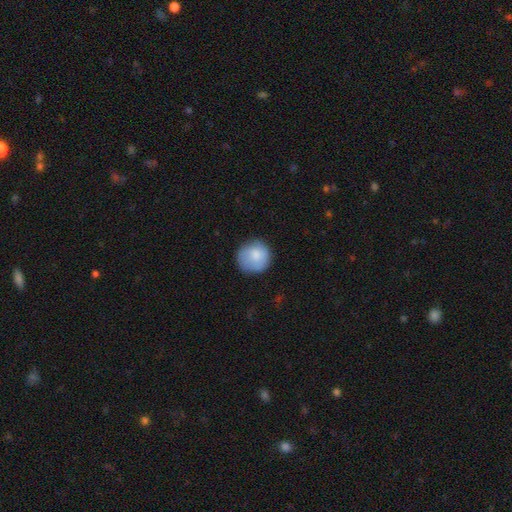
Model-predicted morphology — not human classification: smooth 80%, featured or disk 13%, star or artifact 7%. Down the decision tree: how rounded — round (92%); merging — none (77%).